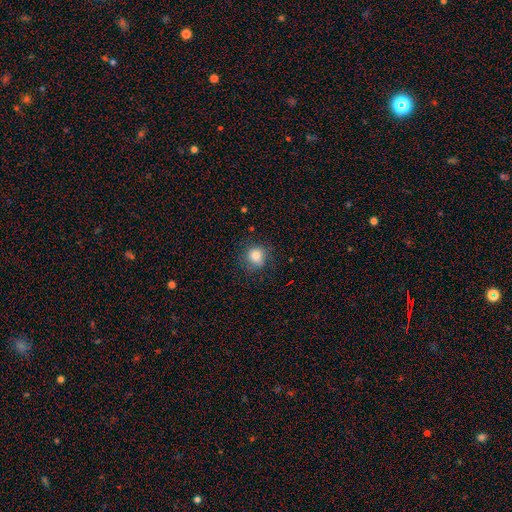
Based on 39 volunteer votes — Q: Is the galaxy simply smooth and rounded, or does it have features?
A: smooth — 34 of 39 (87%).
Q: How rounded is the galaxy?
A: round — 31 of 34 (91%).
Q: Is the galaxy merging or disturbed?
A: none — 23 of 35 (66%).